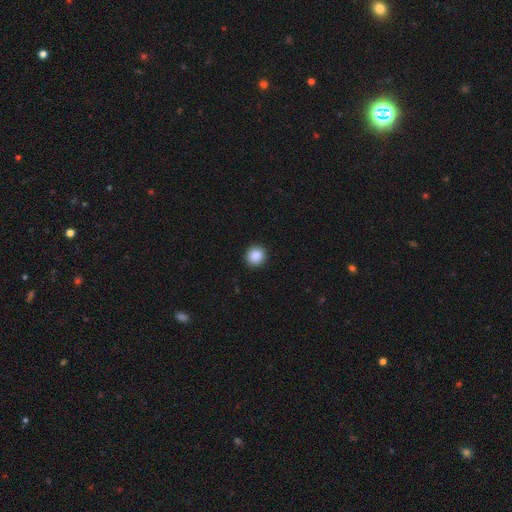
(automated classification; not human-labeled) Smooth or featured?
  - smooth: 88% *
  - star or artifact: 9%
  - featured or disk: 3%
How rounded?
  - round: 90% *
  - in between: 9%
  - cigar-shaped: 1%
Merging?
  - none: 92% *
  - minor disturbance: 5%
  - major disturbance: 2%
  - merger: 1%